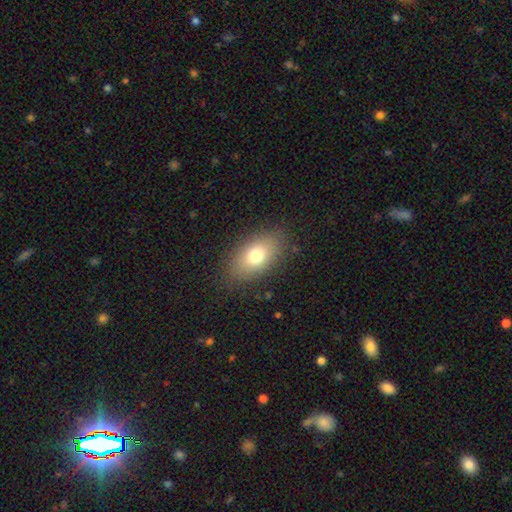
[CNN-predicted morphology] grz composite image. It shows a smooth galaxy with no disk features (75%) that is in between round and cigar-shaped (88%). Merging: none (84%).